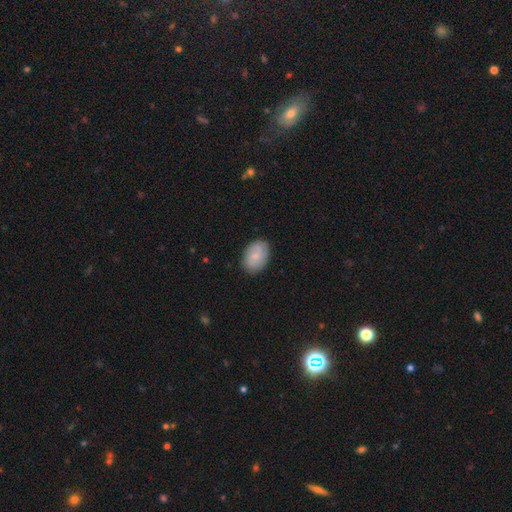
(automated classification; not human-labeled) Smooth or featured? smooth (66%)
How rounded? in between (82%)
Merging? none (84%)